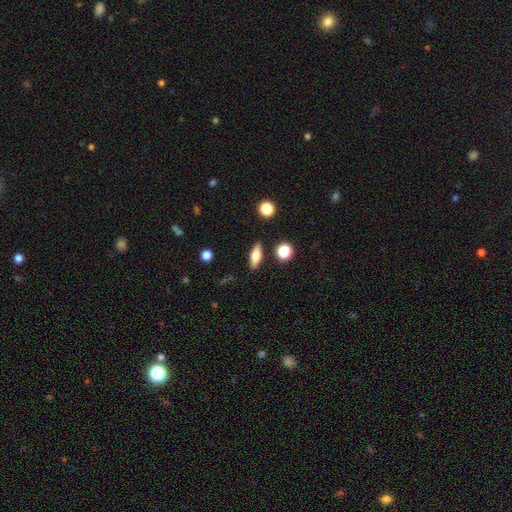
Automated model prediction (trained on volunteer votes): The model was most divided on "how rounded": in between: 58%, cigar-shaped: 36%, round: 7%. More confident: merging — none (87%); smooth or featured — smooth (59%).